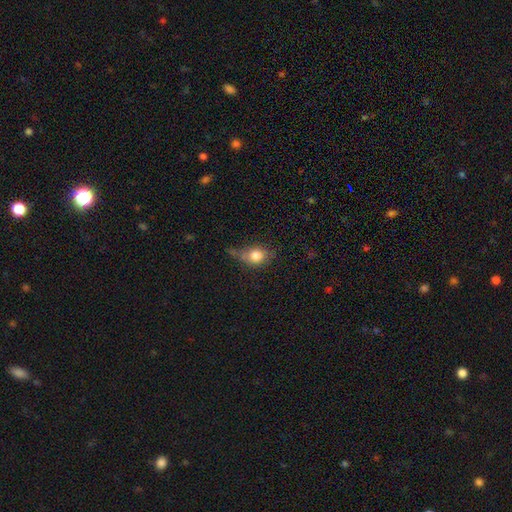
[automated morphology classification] smooth_or_featured: smooth (p=0.78) [alt: featured or disk p=0.12]
how_rounded: in between (p=0.56) [alt: round p=0.41]
merging: none (p=0.44) [alt: minor disturbance p=0.32]